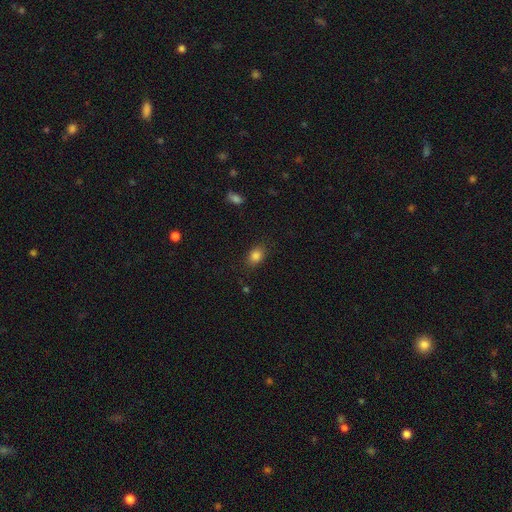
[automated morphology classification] This is clearly a smooth galaxy (84%). How rounded: likely in between (66%). Merging: clearly none (83%).